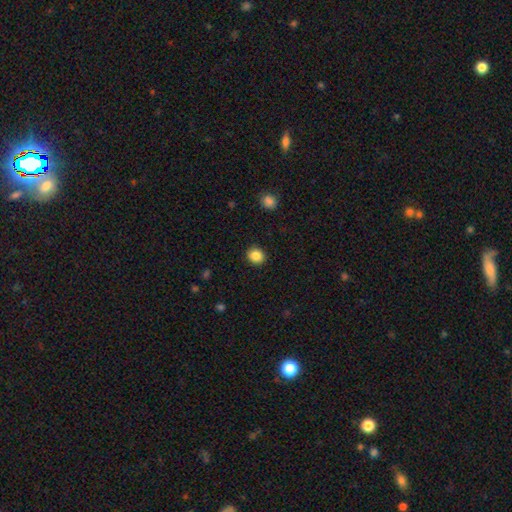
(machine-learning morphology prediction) A smooth galaxy with no disk features (87%) that is round (82%). Merging: none (92%).